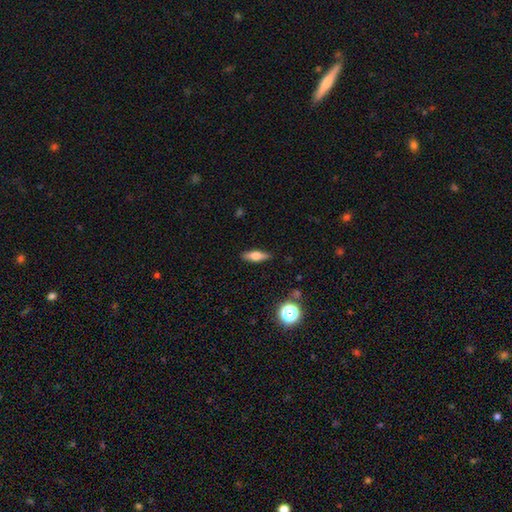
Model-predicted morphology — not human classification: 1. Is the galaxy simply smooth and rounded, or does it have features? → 57% smooth, 35% featured or disk, 8% star or artifact.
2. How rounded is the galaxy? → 52% in between, 43% cigar-shaped, 4% round.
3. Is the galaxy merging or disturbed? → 88% none, 9% minor disturbance, 2% major disturbance, 1% merger.